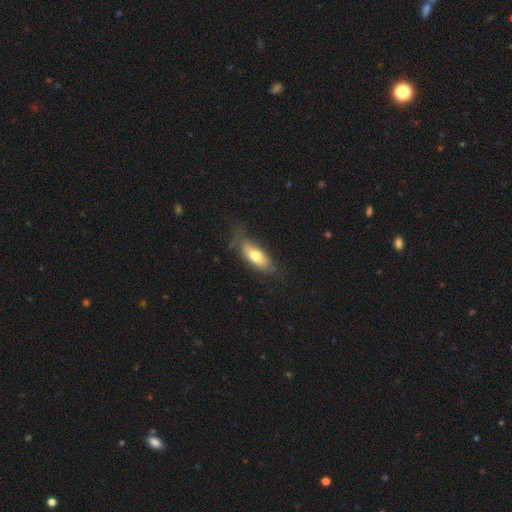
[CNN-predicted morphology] This is likely a smooth galaxy (69%). How rounded: likely in between (78%). Merging: likely none (62%).